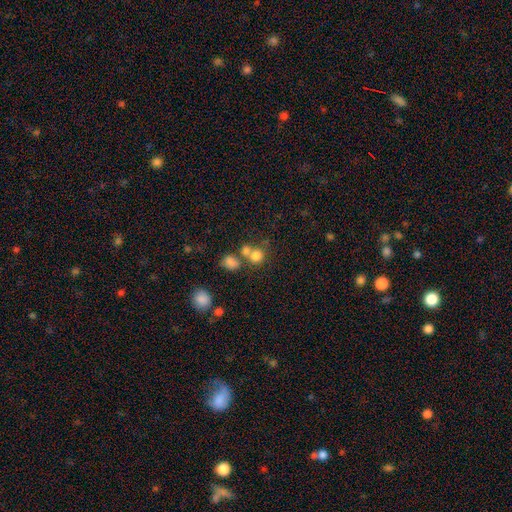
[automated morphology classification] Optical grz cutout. It shows a smooth galaxy with no disk features (76%) that is round (79%). Merging: none (47%).